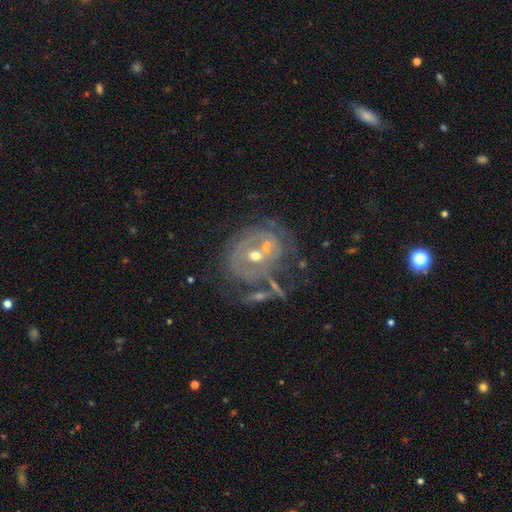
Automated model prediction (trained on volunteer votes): This appears to be a featured or disk galaxy (76%) with no bar (75%), spiral arms (61%) and a moderate central bulge (56%). Merging: none (37%).